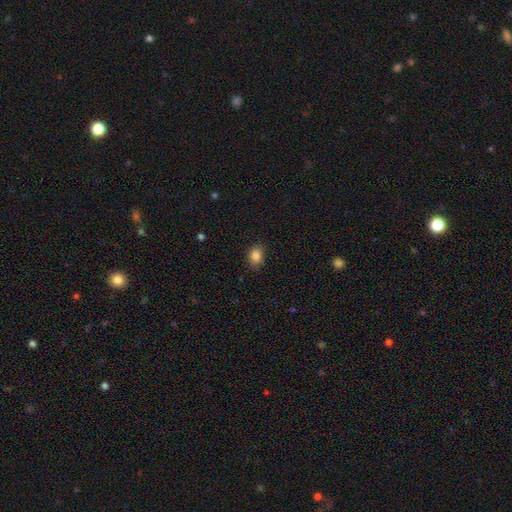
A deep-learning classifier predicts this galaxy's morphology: Smooth or featured?
  - smooth: 85% *
  - star or artifact: 10%
  - featured or disk: 5%
How rounded?
  - in between: 71% *
  - round: 28%
  - cigar-shaped: 1%
Merging?
  - none: 85% *
  - minor disturbance: 12%
  - major disturbance: 3%
  - merger: 1%